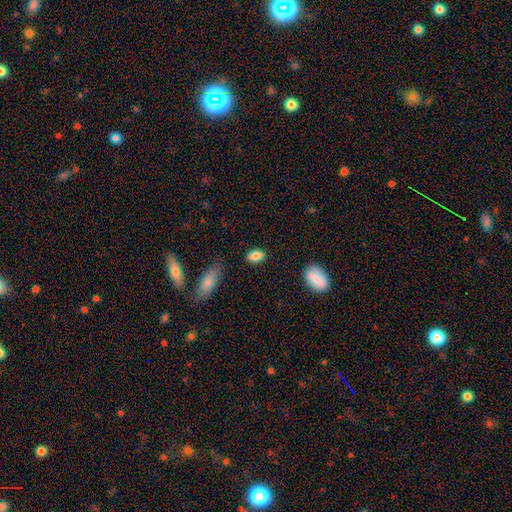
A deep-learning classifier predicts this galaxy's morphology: Overall: smooth (85%). How rounded: in between (88%). Merging: none (83%).